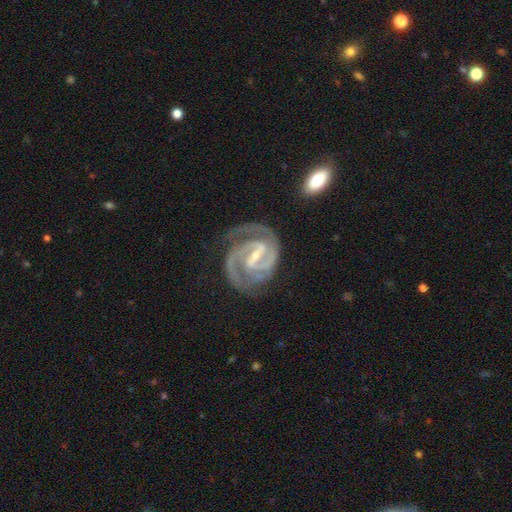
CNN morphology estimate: Q: Smooth or featured?
A: featured or disk (93%); runner-up: star or artifact (4%)
Q: Edge-on disk?
A: no (98%); runner-up: yes (2%)
Q: Bar?
A: strong (55%); runner-up: weak (36%)
Q: Spiral arms?
A: yes (98%); runner-up: no (2%)
Q: Spiral winding?
A: tight (56%); runner-up: medium (39%)
Q: Spiral arm count?
A: 2 (80%); runner-up: 3 (10%)
Q: Bulge size?
A: small (69%); runner-up: moderate (26%)
Q: Merging?
A: none (70%); runner-up: minor disturbance (18%)